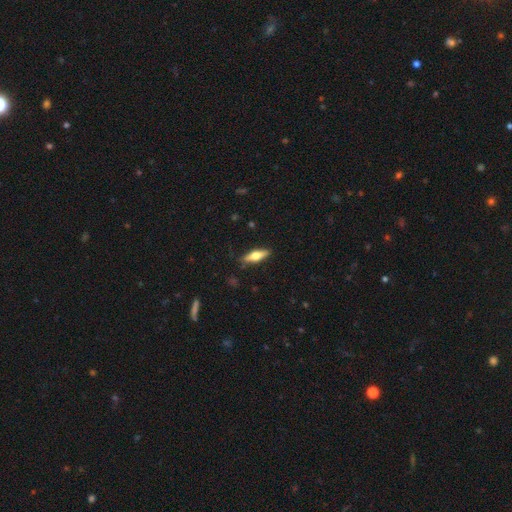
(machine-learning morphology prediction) A smooth galaxy with no disk features (48%). Merging: none (87%).